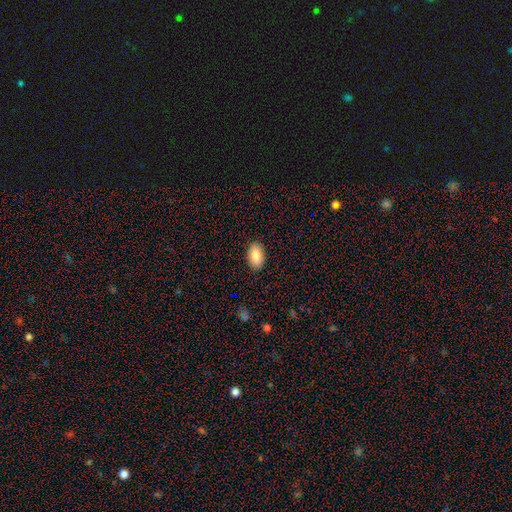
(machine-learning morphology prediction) This appears to be a smooth galaxy with no disk features (86%) that is in between round and cigar-shaped (94%). Merging: none (89%).